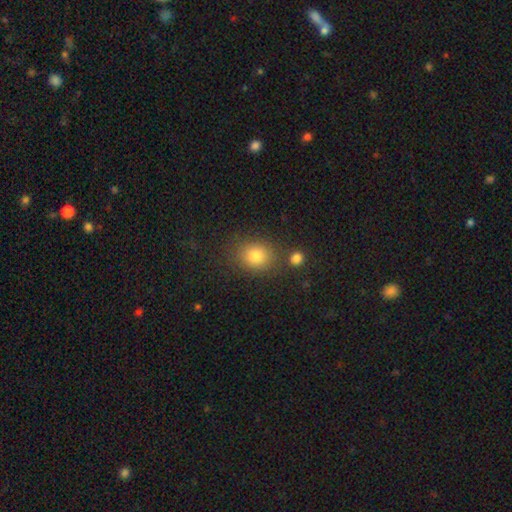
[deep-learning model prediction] A smooth galaxy with no disk features (82%) that is round (66%). Merging: none (77%).